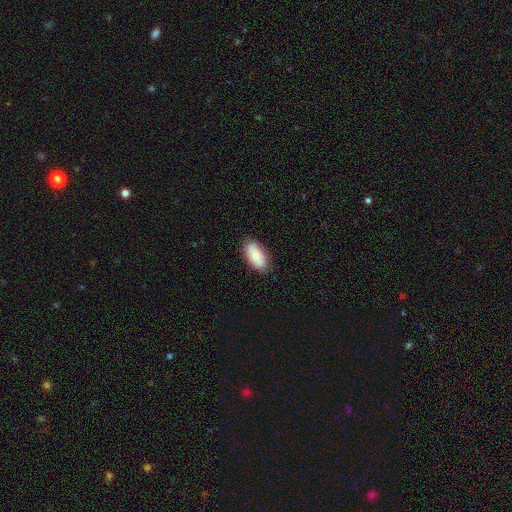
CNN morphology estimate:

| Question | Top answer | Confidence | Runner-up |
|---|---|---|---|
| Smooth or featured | smooth | 74% | featured or disk (20%) |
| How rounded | in between | 93% | cigar-shaped (4%) |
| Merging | none | 85% | minor disturbance (12%) |